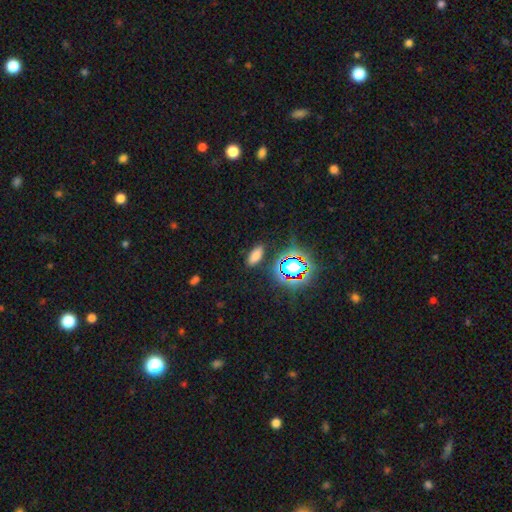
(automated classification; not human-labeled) Smooth or featured? smooth (70%)
How rounded? in between (83%)
Merging? none (86%)